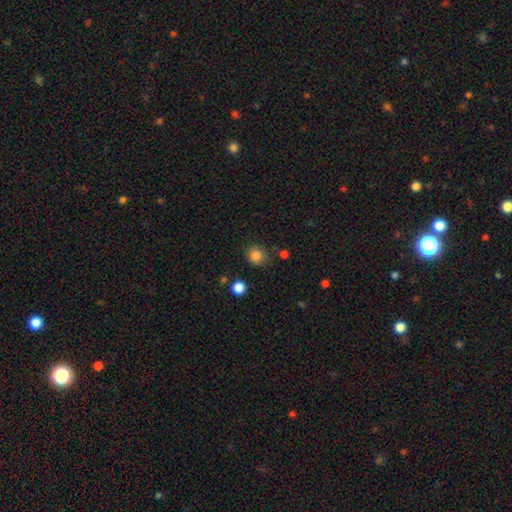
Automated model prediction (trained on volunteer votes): Overall: smooth (84%). How rounded: round (86%). Merging: none (79%).